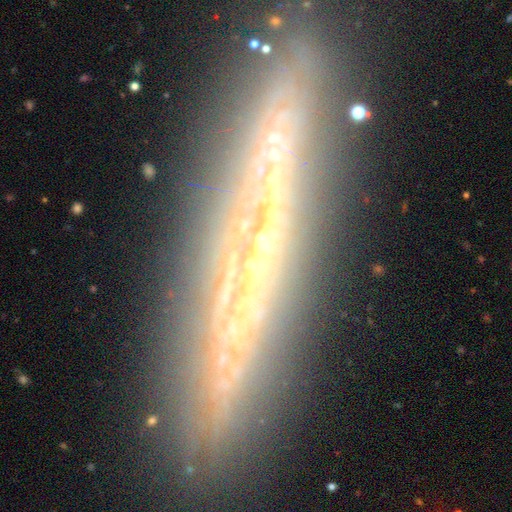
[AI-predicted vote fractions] smooth-or-featured: featured or disk: 63% | star or artifact: 19% | smooth: 18%
  disk-edge-on: yes: 79% | no: 21%
  merging: none: 82% | minor disturbance: 12% | major disturbance: 4% | merger: 3%